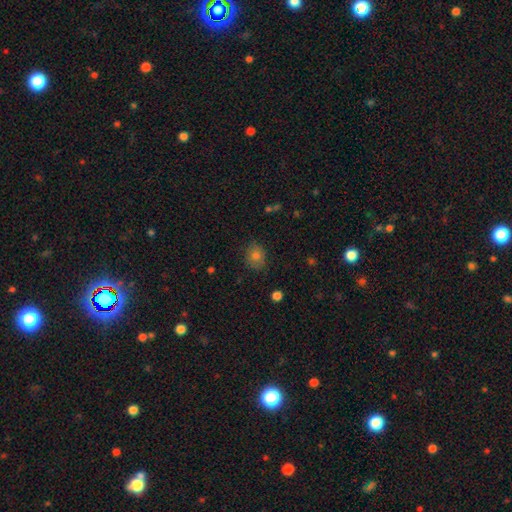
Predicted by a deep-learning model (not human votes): A smooth galaxy with no disk features (77%) that is round (59%). Merging: none (83%).